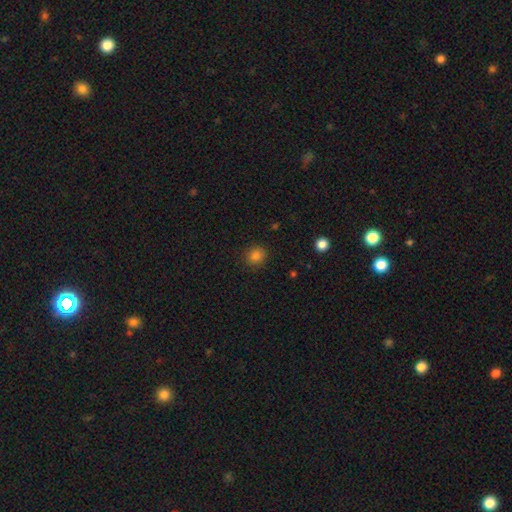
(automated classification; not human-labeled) Smooth or featured? Predicted: smooth (p=0.84). How rounded? Predicted: round (p=0.85). Merging? Predicted: none (p=0.89).